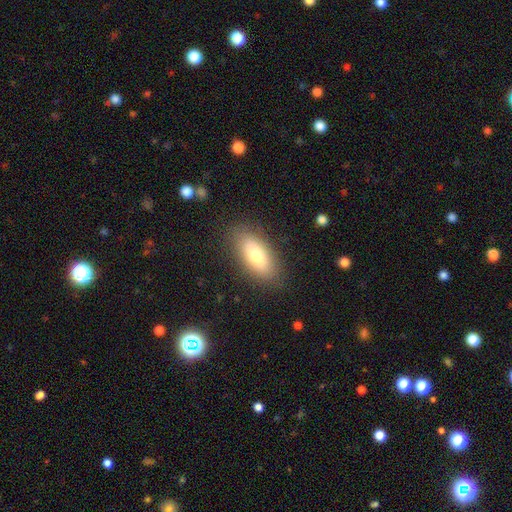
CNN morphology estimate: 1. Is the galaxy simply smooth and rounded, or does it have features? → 73% smooth, 20% featured or disk, 8% star or artifact.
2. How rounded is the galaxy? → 86% in between, 11% cigar-shaped, 4% round.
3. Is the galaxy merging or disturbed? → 84% none, 11% minor disturbance, 4% major disturbance, 1% merger.